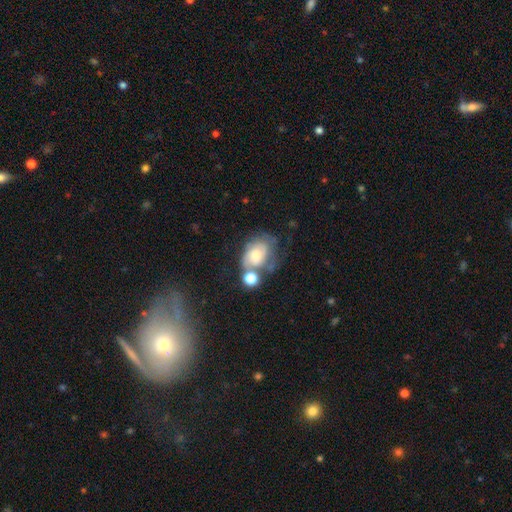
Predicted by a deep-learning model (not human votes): Q: Smooth or featured?
A: featured or disk (52%); runner-up: smooth (38%)
Q: Edge-on disk?
A: no (96%); runner-up: yes (4%)
Q: Bar?
A: no (74%); runner-up: weak (22%)
Q: Spiral arms?
A: yes (69%); runner-up: no (31%)
Q: Bulge size?
A: moderate (48%); runner-up: small (27%)
Q: Merging?
A: merger (31%); runner-up: none (29%)